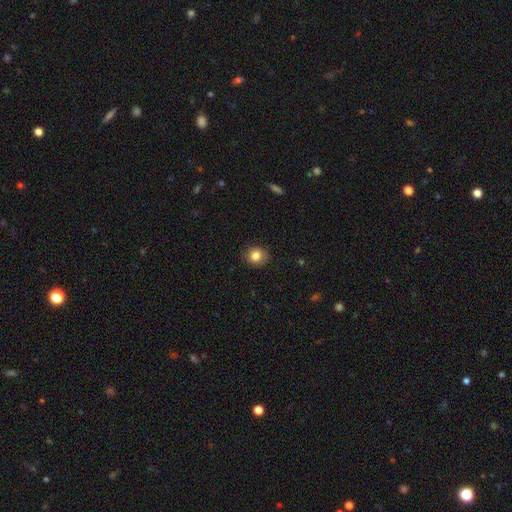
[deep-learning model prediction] Smooth or featured? Predicted: smooth (p=0.83). How rounded? Predicted: round (p=0.74). Merging? Predicted: none (p=0.89).